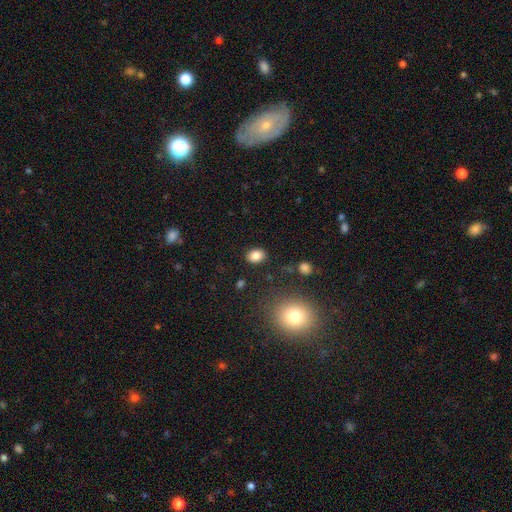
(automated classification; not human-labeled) A smooth galaxy with no disk features (84%) that is in between round and cigar-shaped (66%).

Vote fractions:
- Smooth or featured? smooth: 84% / star or artifact: 10% / featured or disk: 6%
- How rounded? in between: 66% / round: 32% / cigar-shaped: 1%
- Merging? none: 87% / minor disturbance: 9% / major disturbance: 3% / merger: 2%